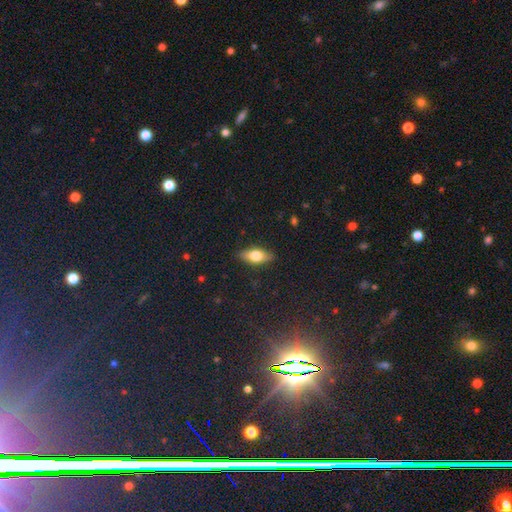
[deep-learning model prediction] The model was most divided on "smooth or featured": smooth: 64%, featured or disk: 29%, star or artifact: 7%. More confident: merging — none (88%); how rounded — in between (75%).